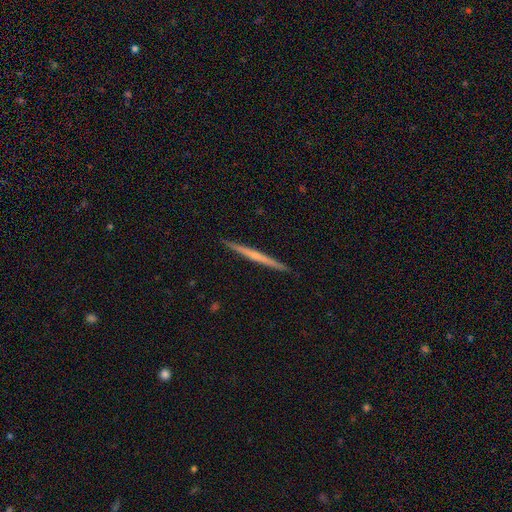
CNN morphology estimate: featured or disk 58%, smooth 36%, star or artifact 6%. Down the decision tree: edge-on disk — yes (98%); edge-on bulge — none (72%); merging — none (93%).